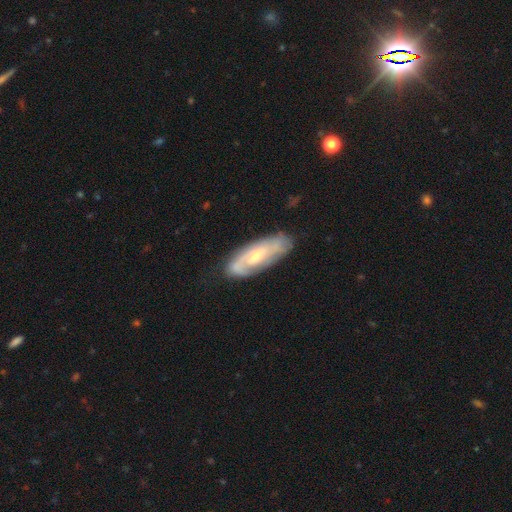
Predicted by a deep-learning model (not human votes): Morphology: type=featured or disk (65%); edge-on=no (85%); bar=no (48%); spiral arms=yes (82%); bulge=moderate (46%); merging=none (73%).